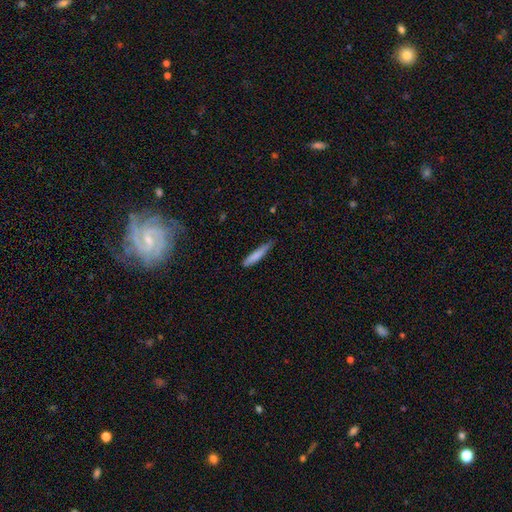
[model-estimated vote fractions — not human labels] Smooth or featured? Predicted: smooth (p=0.79). How rounded? Predicted: cigar-shaped (p=0.91). Merging? Predicted: none (p=0.65).